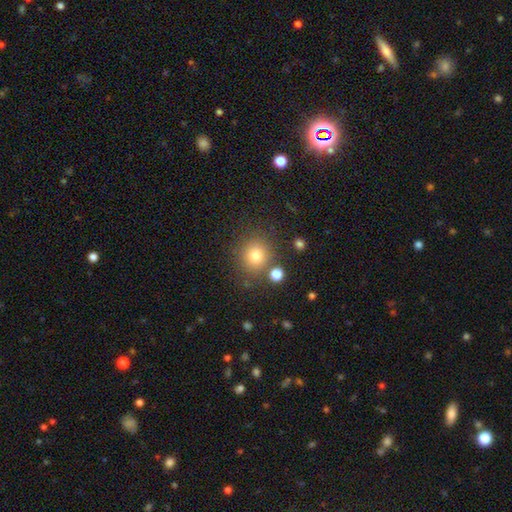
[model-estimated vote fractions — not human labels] A smooth galaxy with no disk features (78%) that is round (87%). Merging: none (80%).